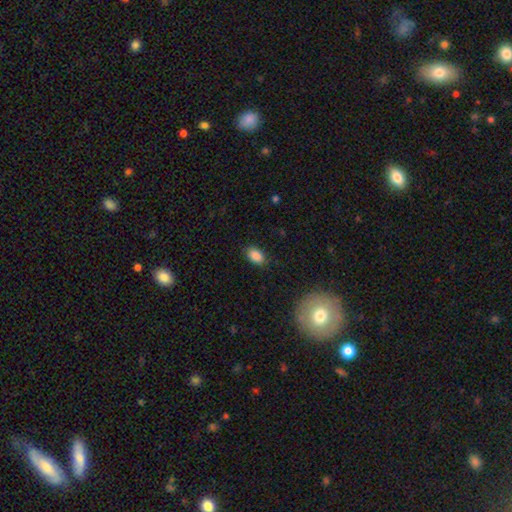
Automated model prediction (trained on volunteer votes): Morphology: type=smooth (87%); roundness=in between (90%); merging=none (84%).